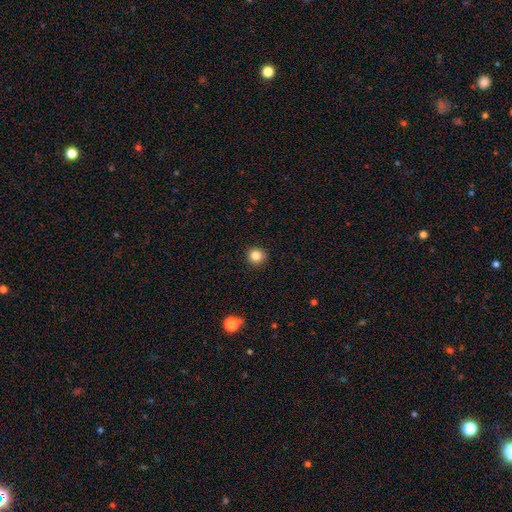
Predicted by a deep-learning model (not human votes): Smooth or featured?
  - smooth: 83% *
  - star or artifact: 12%
  - featured or disk: 5%
How rounded?
  - round: 92% *
  - in between: 7%
  - cigar-shaped: 1%
Merging?
  - none: 91% *
  - minor disturbance: 6%
  - major disturbance: 2%
  - merger: 1%